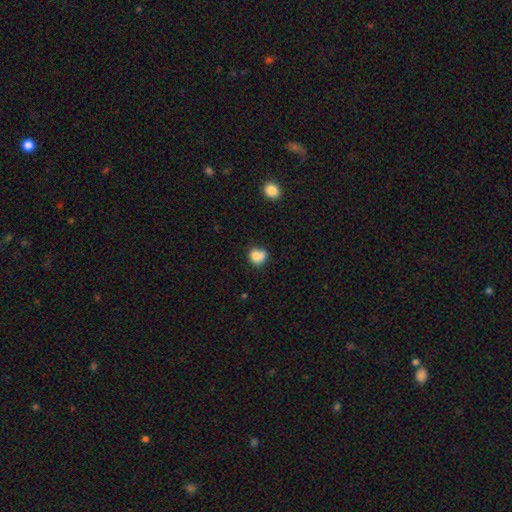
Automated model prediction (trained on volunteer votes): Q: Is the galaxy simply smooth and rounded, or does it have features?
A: smooth — 81%.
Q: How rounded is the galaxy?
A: round — 77%.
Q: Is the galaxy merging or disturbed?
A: none — 54%.